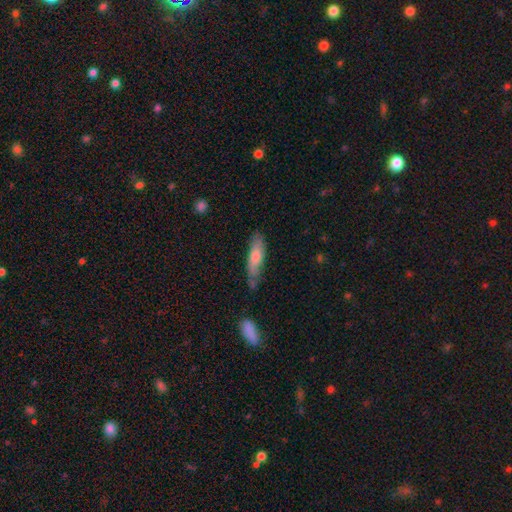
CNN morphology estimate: Q: Smooth or featured?
A: smooth (69%); runner-up: featured or disk (26%)
Q: How rounded?
A: cigar-shaped (64%); runner-up: in between (34%)
Q: Merging?
A: none (64%); runner-up: minor disturbance (25%)